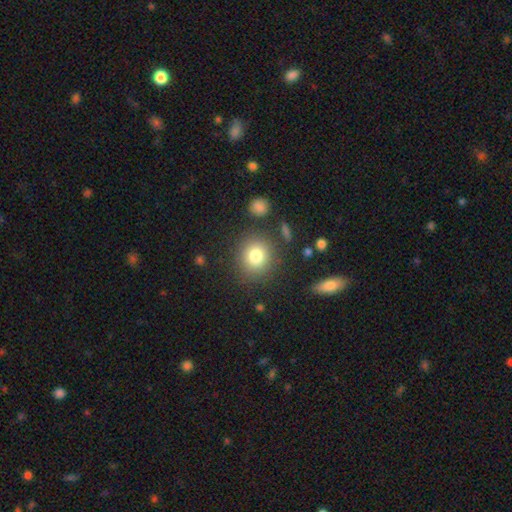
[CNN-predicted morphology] smooth_or_featured: smooth (p=0.80) [alt: star or artifact p=0.11]
how_rounded: round (p=0.84) [alt: in between p=0.15]
merging: none (p=0.83) [alt: minor disturbance p=0.09]